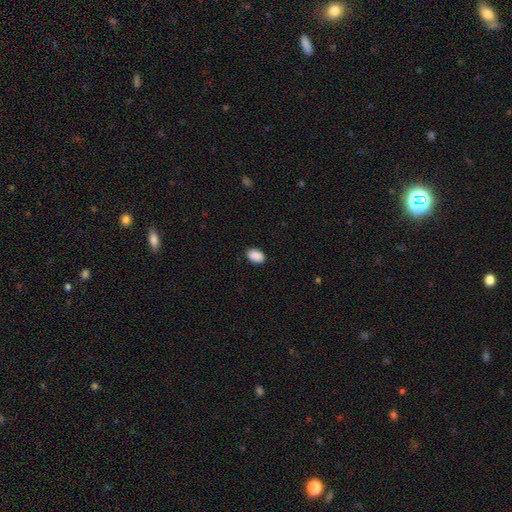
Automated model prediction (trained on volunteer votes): Smooth or featured?
  - smooth: 90% *
  - star or artifact: 7%
  - featured or disk: 2%
How rounded?
  - in between: 86% *
  - round: 13%
  - cigar-shaped: 1%
Merging?
  - none: 88% *
  - minor disturbance: 9%
  - major disturbance: 2%
  - merger: 1%